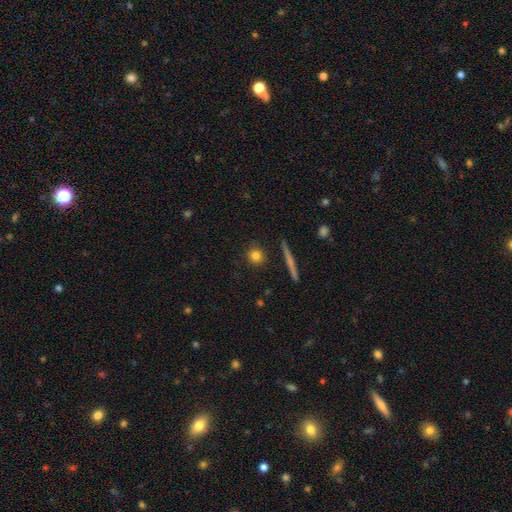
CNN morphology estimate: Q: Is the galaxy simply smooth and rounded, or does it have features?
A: smooth — 80%.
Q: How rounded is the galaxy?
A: round — 88%.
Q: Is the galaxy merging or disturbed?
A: none — 88%.